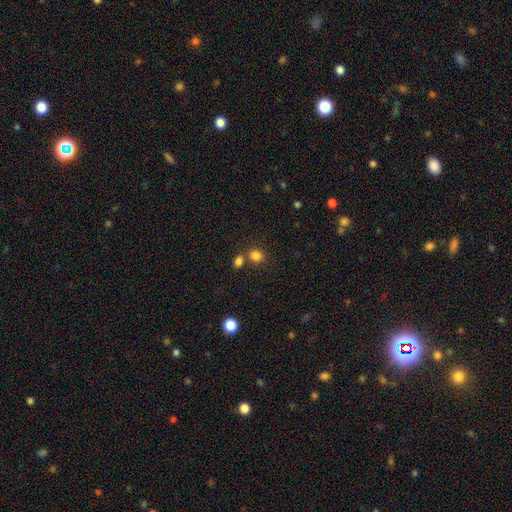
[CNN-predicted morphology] This is clearly a smooth galaxy (83%). How rounded: likely round (73%). Merging: likely none (64%).